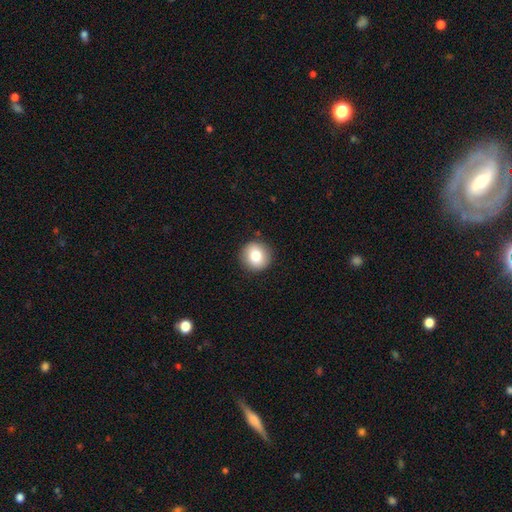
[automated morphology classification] Overall: smooth (81%). How rounded: round (93%). Merging: none (91%).